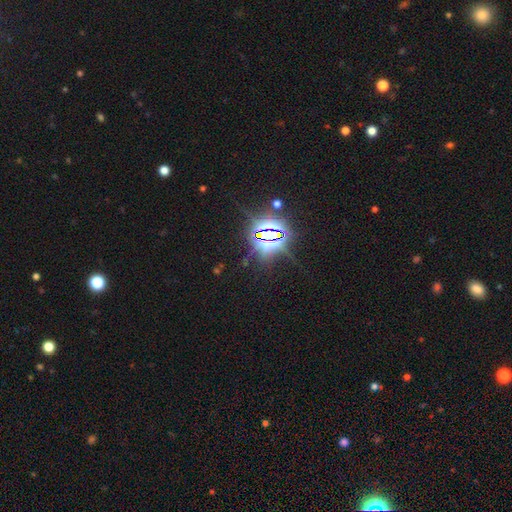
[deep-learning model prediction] Smooth or featured?
  - star or artifact: 83% *
  - smooth: 11%
  - featured or disk: 6%